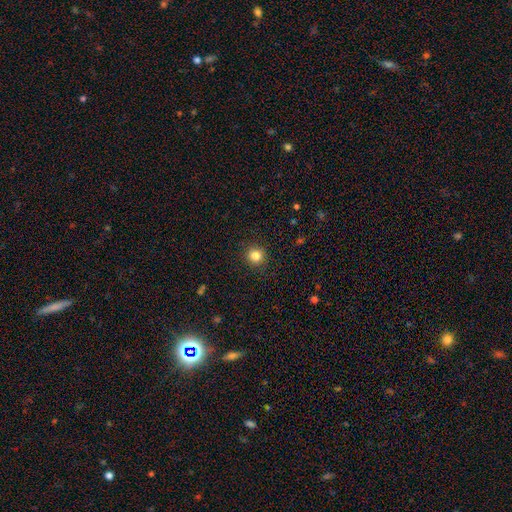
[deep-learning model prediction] Q: Smooth or featured?
A: smooth (84%); runner-up: star or artifact (11%)
Q: How rounded?
A: round (92%); runner-up: in between (7%)
Q: Merging?
A: none (91%); runner-up: minor disturbance (6%)